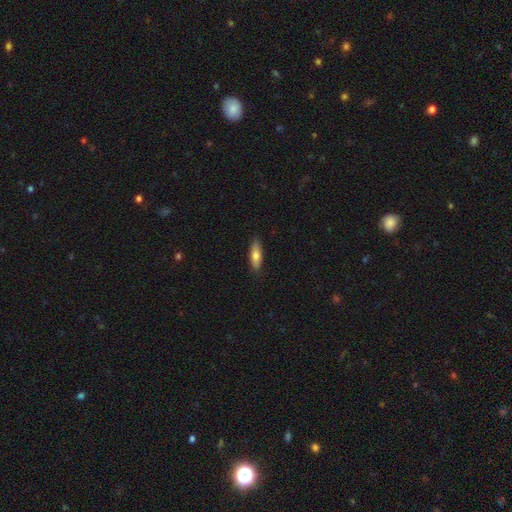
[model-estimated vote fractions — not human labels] Morphology: type=smooth (72%); roundness=cigar-shaped (51%); merging=none (88%).